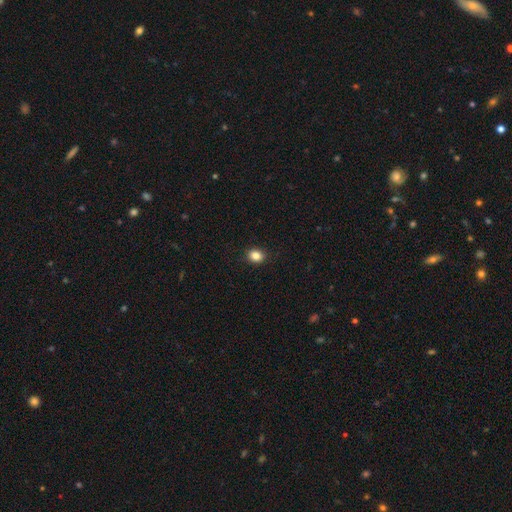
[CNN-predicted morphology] The model was most divided on "how rounded": round: 56%, in between: 43%, cigar-shaped: 1%. More confident: merging — none (90%); smooth or featured — smooth (85%).